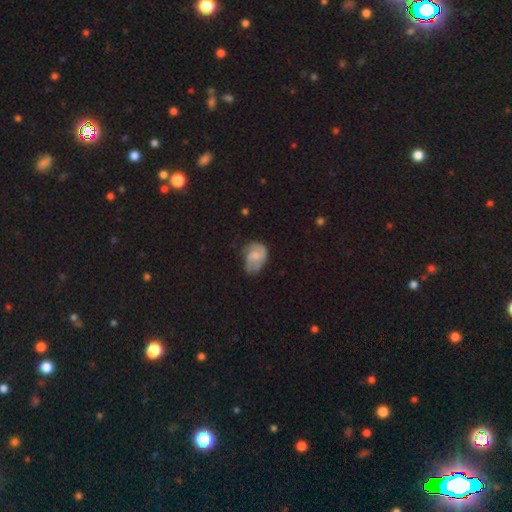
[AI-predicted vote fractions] Q: Smooth or featured?
A: featured or disk (51%); runner-up: smooth (42%)
Q: Edge-on disk?
A: no (98%); runner-up: yes (2%)
Q: Merging?
A: none (40%); runner-up: minor disturbance (37%)